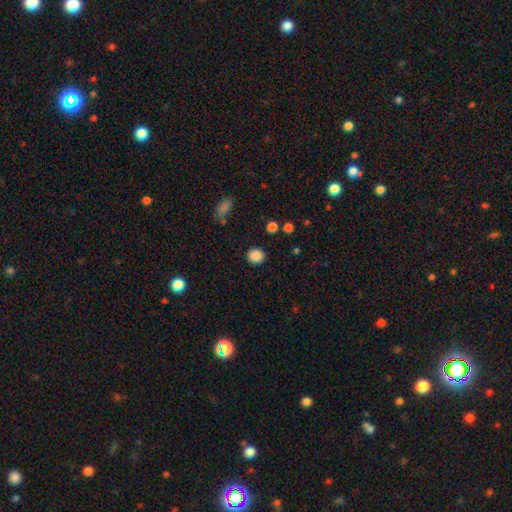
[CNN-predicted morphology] The model was most divided on "how rounded": round: 87%, in between: 12%, cigar-shaped: 1%. More confident: merging — none (90%); smooth or featured — smooth (87%).